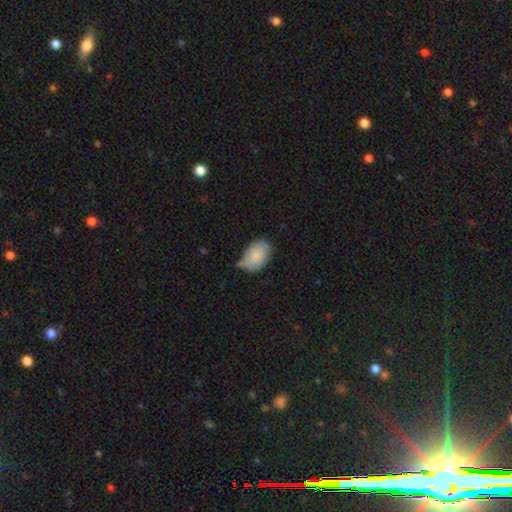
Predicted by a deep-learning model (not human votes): A smooth galaxy with no disk features (80%) that is in between round and cigar-shaped (88%). Merging: none (51%).